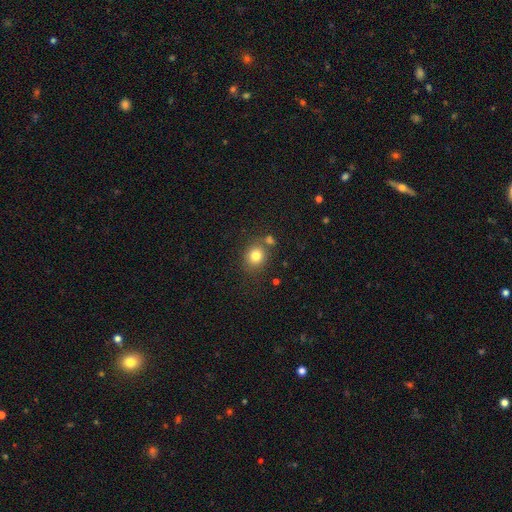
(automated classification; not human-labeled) This is clearly a smooth galaxy (80%). How rounded: likely round (75%). Merging: likely none (72%).